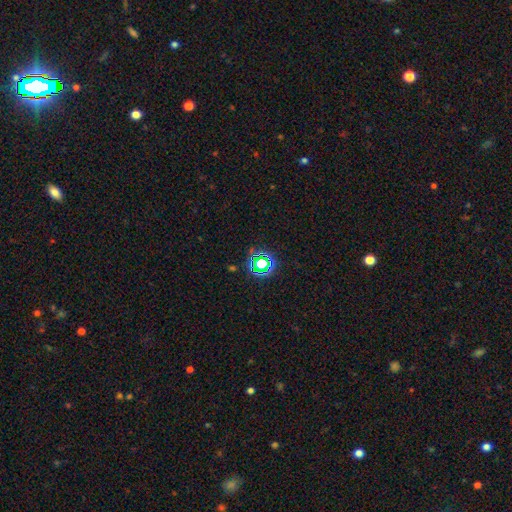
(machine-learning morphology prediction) Smooth or featured: star or artifact — 75% (smooth — 18%)